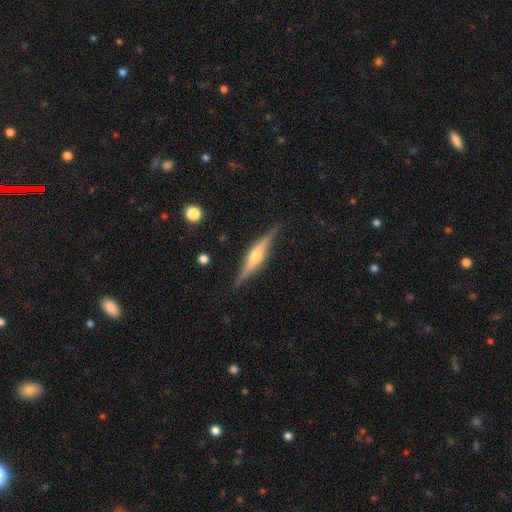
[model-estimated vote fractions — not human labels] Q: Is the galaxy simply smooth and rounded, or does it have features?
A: featured or disk — 74%.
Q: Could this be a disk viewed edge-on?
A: yes — 96%.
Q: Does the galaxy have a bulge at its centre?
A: rounded — 86%.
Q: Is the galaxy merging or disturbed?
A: none — 85%.